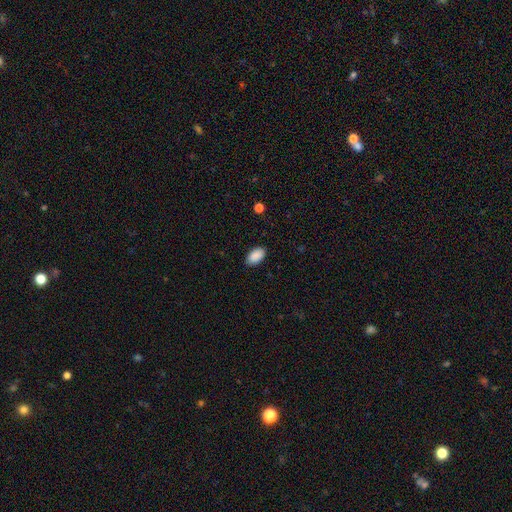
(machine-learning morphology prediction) smooth_or_featured: smooth (p=0.90) [alt: star or artifact p=0.07]
how_rounded: in between (p=0.95) [alt: round p=0.04]
merging: none (p=0.87) [alt: minor disturbance p=0.10]